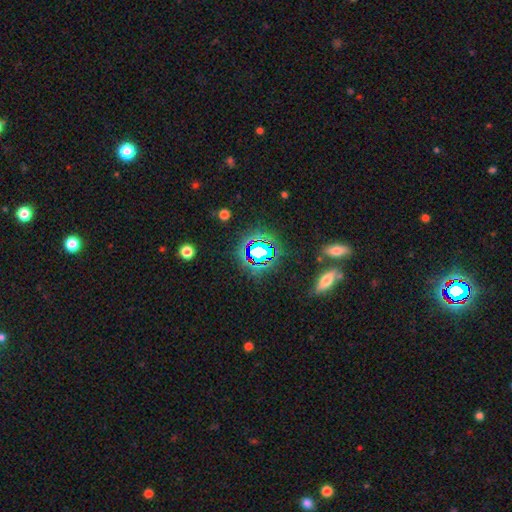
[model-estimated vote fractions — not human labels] This is likely a star or artifact rather than a galaxy (72%).